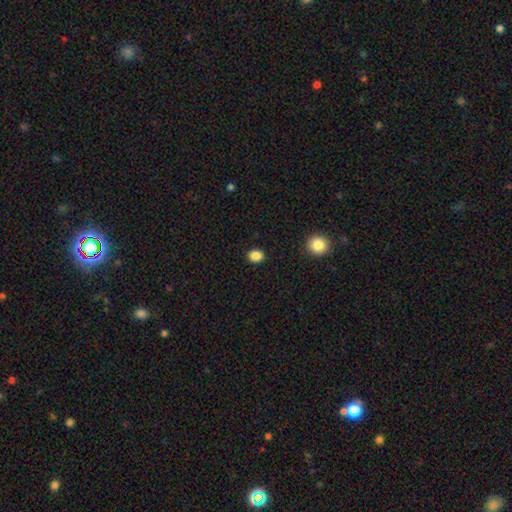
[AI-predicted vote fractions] smooth 87%, star or artifact 10%, featured or disk 3%. Down the decision tree: how rounded — in between (54%); merging — none (89%).